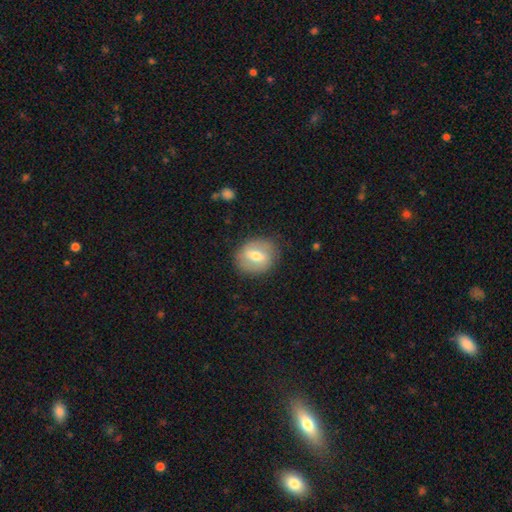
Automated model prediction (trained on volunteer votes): Overall: smooth (50%; featured or disk 43%). How rounded: round (57%; in between 42%). Merging: none (82%).